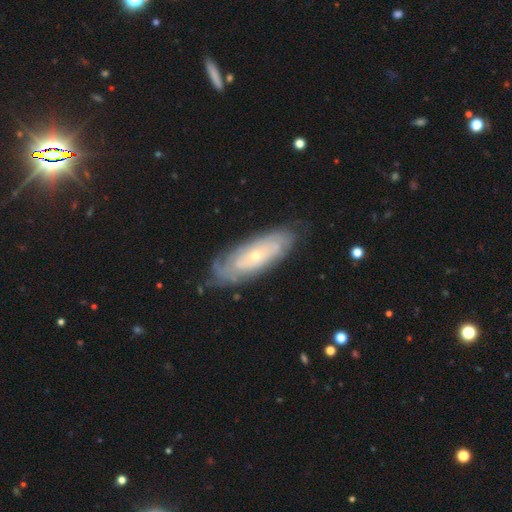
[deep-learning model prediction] Smooth or featured? featured or disk (72%)
Edge-on disk? no (86%)
Bar? no (82%)
Spiral arms? yes (81%)
Spiral winding? tight (78%)
Spiral arm count? can't tell (68%)
Bulge size? small (78%)
Merging? none (74%)